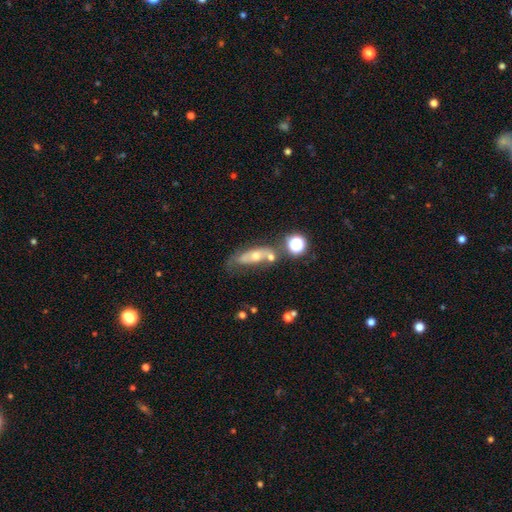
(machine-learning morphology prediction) smooth-or-featured: featured or disk: 52% | smooth: 33% | star or artifact: 15%
  disk-edge-on: no: 69% | yes: 31%
  merging: none: 43% | merger: 21% | minor disturbance: 21% | major disturbance: 16%